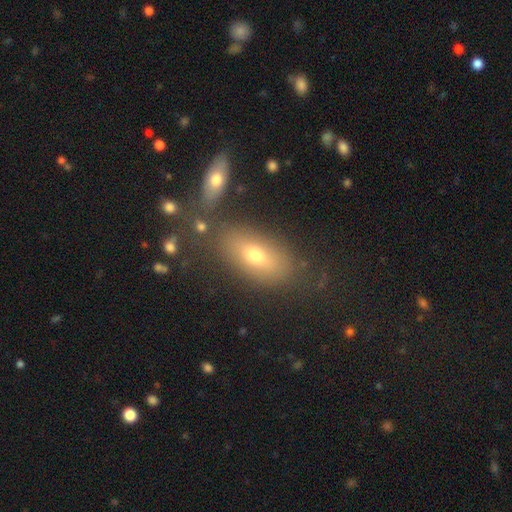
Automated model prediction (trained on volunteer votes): A smooth galaxy with no disk features (66%) that is in between round and cigar-shaped (84%). Merging: none (70%).